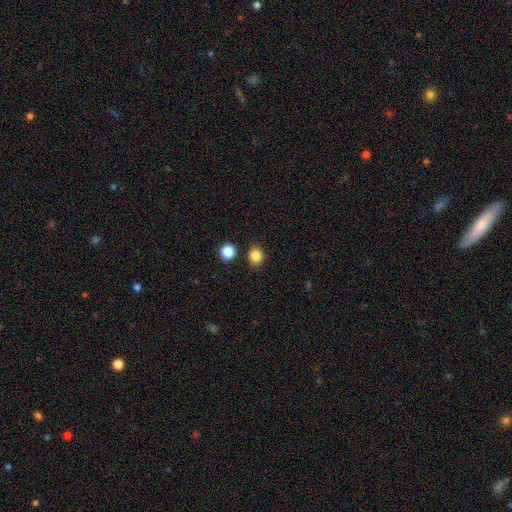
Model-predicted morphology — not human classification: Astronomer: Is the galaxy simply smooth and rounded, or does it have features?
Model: smooth — 85%.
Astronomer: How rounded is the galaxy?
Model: round — 74%.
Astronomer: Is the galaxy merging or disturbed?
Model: none — 85%.